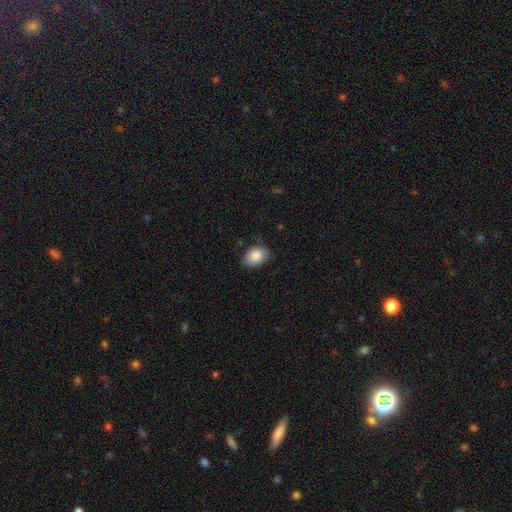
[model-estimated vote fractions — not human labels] smooth-or-featured: smooth: 86% | featured or disk: 7% | star or artifact: 7%
  how-rounded: in between: 84% | round: 15% | cigar-shaped: 1%
  merging: none: 73% | minor disturbance: 23% | major disturbance: 3% | merger: 1%